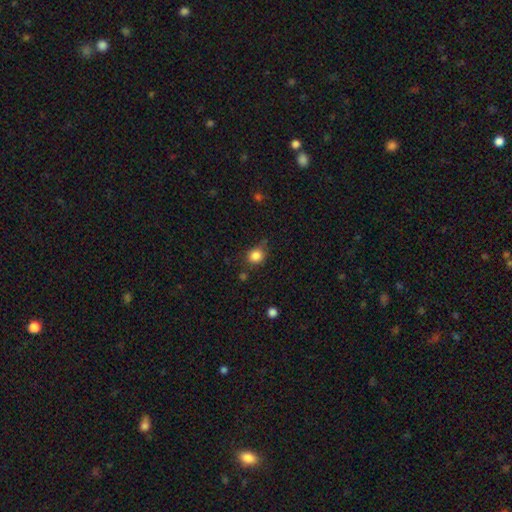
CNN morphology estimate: This is clearly a smooth galaxy (85%). How rounded: likely round (75%). Merging: likely none (72%).